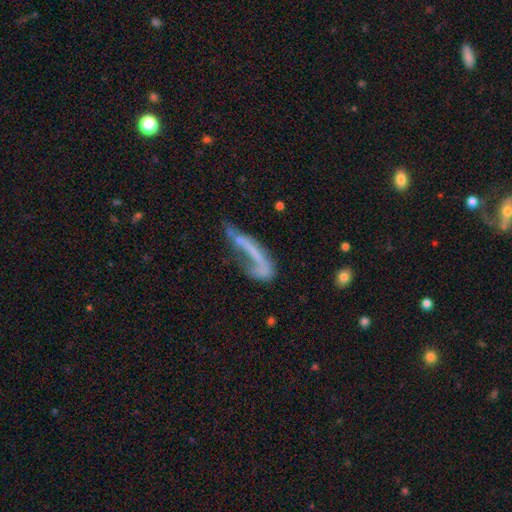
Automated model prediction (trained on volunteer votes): This is possibly a featured or disk galaxy (49%). Merging: marginally major disturbance (43%).